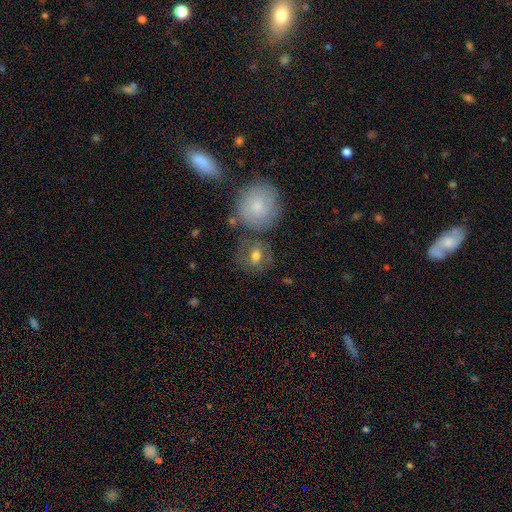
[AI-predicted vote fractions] Smooth or featured? smooth (56%)
How rounded? round (67%)
Merging? none (64%)